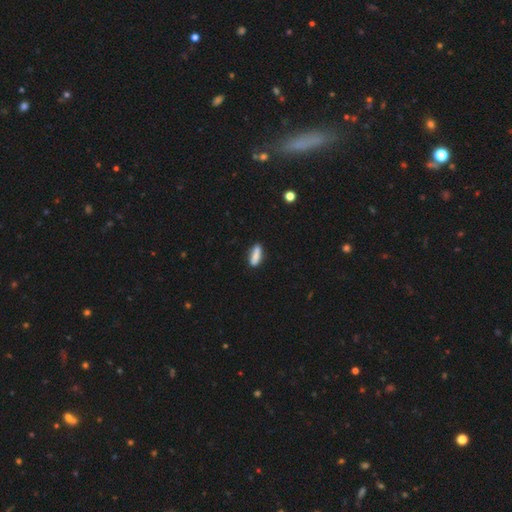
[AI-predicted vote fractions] The model was most divided on "how rounded": cigar-shaped: 52%, in between: 46%, round: 2%. More confident: smooth or featured — smooth (81%); merging — none (78%).